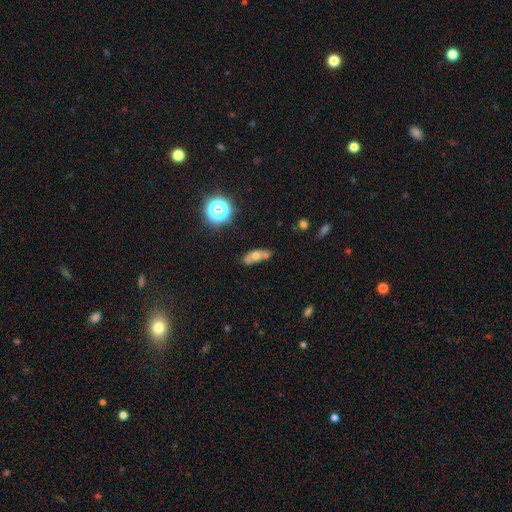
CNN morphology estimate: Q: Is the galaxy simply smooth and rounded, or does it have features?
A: smooth — 51%.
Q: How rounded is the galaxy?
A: in between — 62%.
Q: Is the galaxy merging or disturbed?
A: none — 53%.